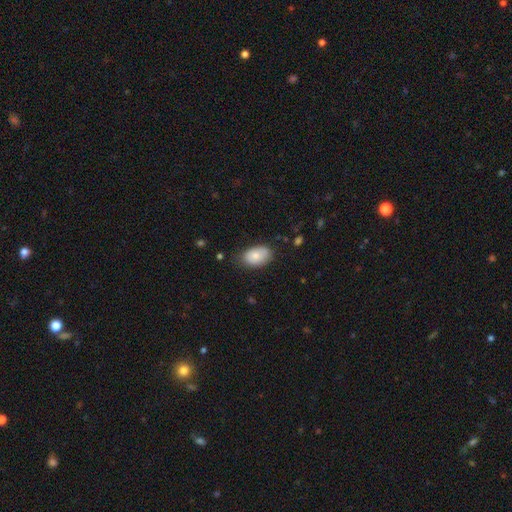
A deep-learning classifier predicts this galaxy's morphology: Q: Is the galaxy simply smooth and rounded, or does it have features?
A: smooth — 81%.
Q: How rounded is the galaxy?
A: in between — 91%.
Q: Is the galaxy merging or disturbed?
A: none — 73%.